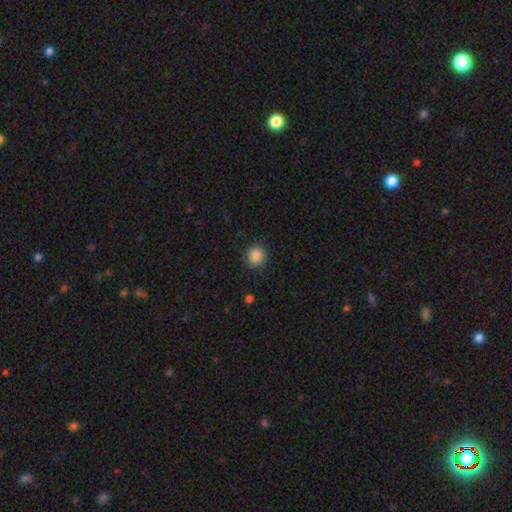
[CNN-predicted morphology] A smooth galaxy with no disk features (87%) that is round (92%). Merging: none (90%).